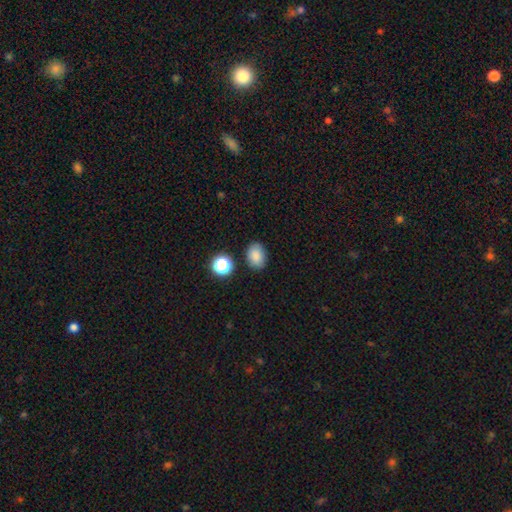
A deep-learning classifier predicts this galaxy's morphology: Overall: smooth (84%). How rounded: in between (74%). Merging: none (83%).